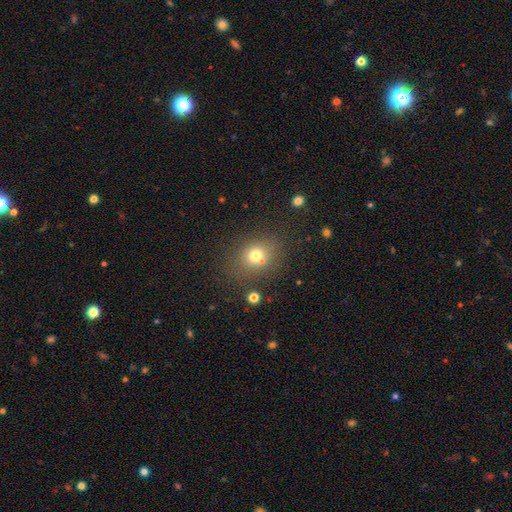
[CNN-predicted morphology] Smooth or featured?
  - smooth: 70% *
  - star or artifact: 17%
  - featured or disk: 13%
How rounded?
  - round: 68% *
  - in between: 31%
  - cigar-shaped: 1%
Merging?
  - none: 65% *
  - merger: 18%
  - minor disturbance: 12%
  - major disturbance: 5%